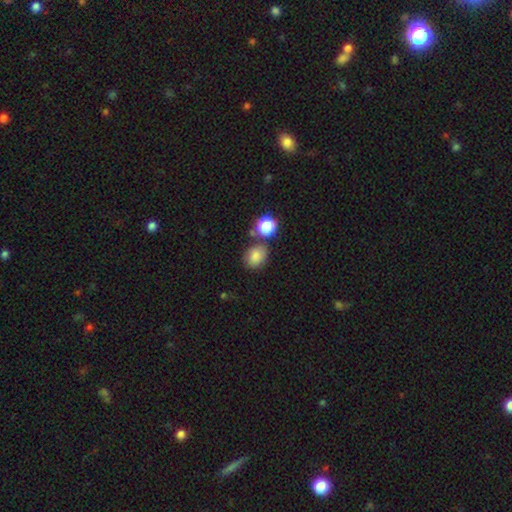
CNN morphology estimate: A smooth galaxy with no disk features (81%) that is in between round and cigar-shaped (50%). Merging: none (68%).